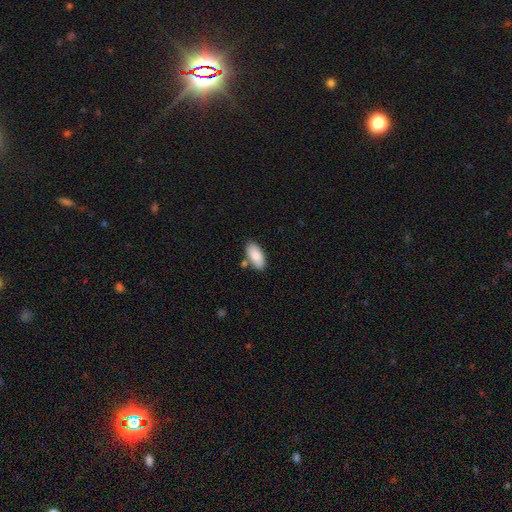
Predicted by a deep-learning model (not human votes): Smooth or featured? smooth (87%)
How rounded? in between (93%)
Merging? none (77%)